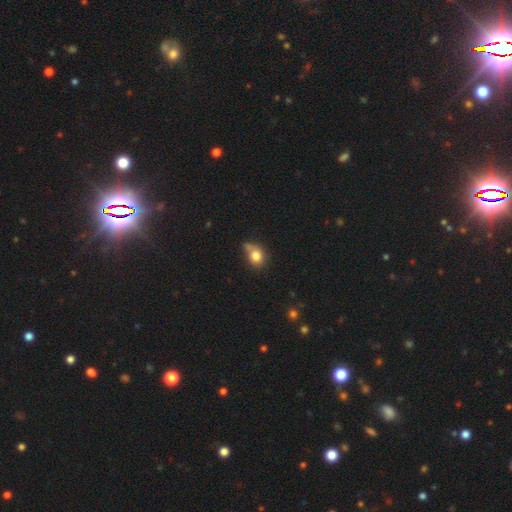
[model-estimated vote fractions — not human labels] smooth 80%, featured or disk 10%, star or artifact 10%. Down the decision tree: how rounded — round (51%); merging — none (42%).